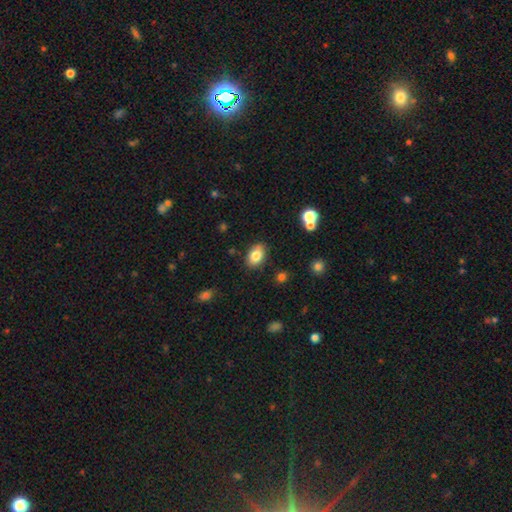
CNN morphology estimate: Smooth or featured?
  - smooth: 83% *
  - featured or disk: 9%
  - star or artifact: 9%
How rounded?
  - in between: 86% *
  - round: 13%
  - cigar-shaped: 1%
Merging?
  - none: 82% *
  - minor disturbance: 13%
  - major disturbance: 3%
  - merger: 2%